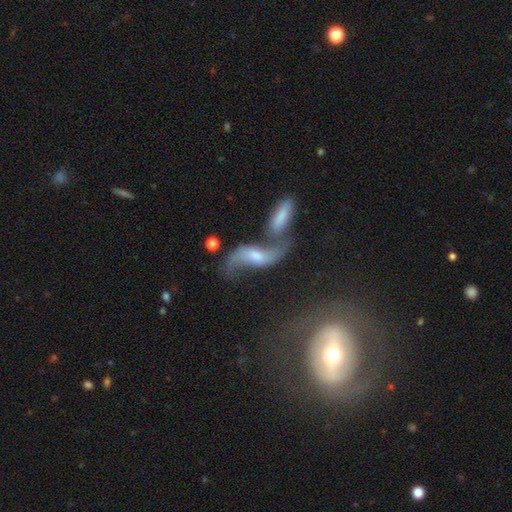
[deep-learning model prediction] Q: Smooth or featured?
A: featured or disk (74%); runner-up: smooth (17%)
Q: Edge-on disk?
A: no (91%); runner-up: yes (9%)
Q: Bar?
A: no (46%); runner-up: weak (38%)
Q: Spiral arms?
A: yes (88%); runner-up: no (12%)
Q: Spiral winding?
A: loose (87%); runner-up: medium (10%)
Q: Spiral arm count?
A: 2 (90%); runner-up: can't tell (4%)
Q: Bulge size?
A: moderate (49%); runner-up: small (35%)
Q: Merging?
A: merger (48%); runner-up: none (29%)